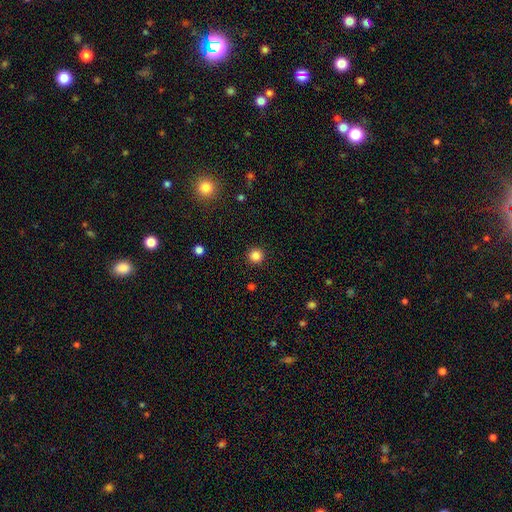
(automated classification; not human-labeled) Smooth or featured?
  - smooth: 84% *
  - star or artifact: 12%
  - featured or disk: 4%
How rounded?
  - round: 96% *
  - in between: 3%
  - cigar-shaped: 1%
Merging?
  - none: 93% *
  - minor disturbance: 4%
  - major disturbance: 2%
  - merger: 1%